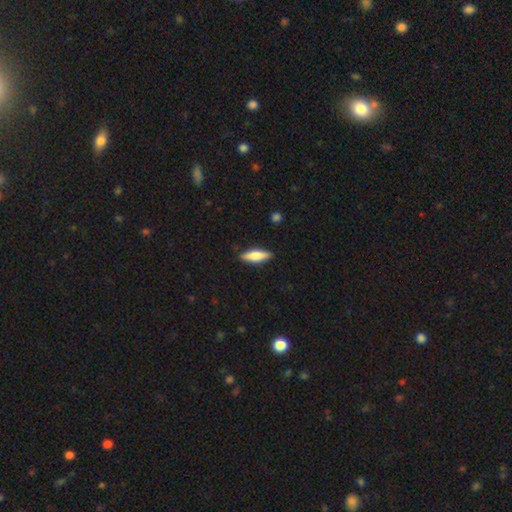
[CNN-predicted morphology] Smooth or featured?
  - smooth: 71% *
  - featured or disk: 24%
  - star or artifact: 6%
How rounded?
  - cigar-shaped: 53% *
  - in between: 45%
  - round: 2%
Merging?
  - none: 88% *
  - minor disturbance: 9%
  - major disturbance: 2%
  - merger: 1%